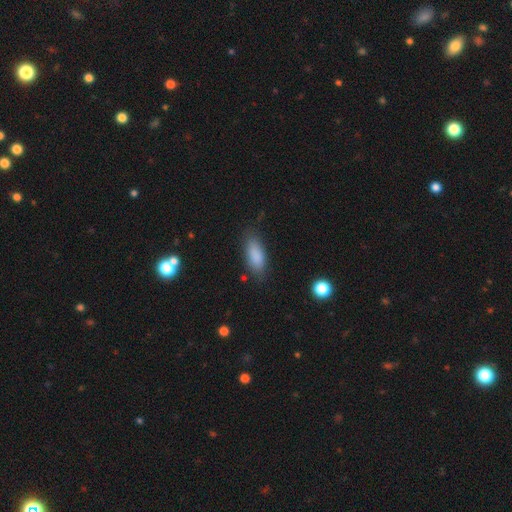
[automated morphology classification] Q: Smooth or featured?
A: smooth (87%); runner-up: star or artifact (7%)
Q: How rounded?
A: in between (81%); runner-up: cigar-shaped (17%)
Q: Merging?
A: none (78%); runner-up: minor disturbance (16%)